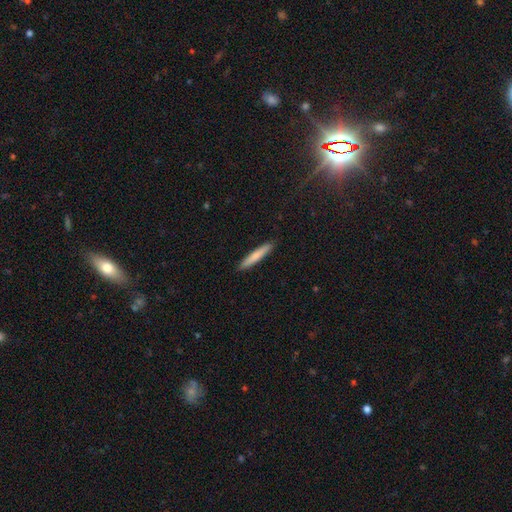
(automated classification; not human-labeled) This appears to be a smooth galaxy with no disk features (76%) that is cigar-shaped (93%). Merging: none (91%).